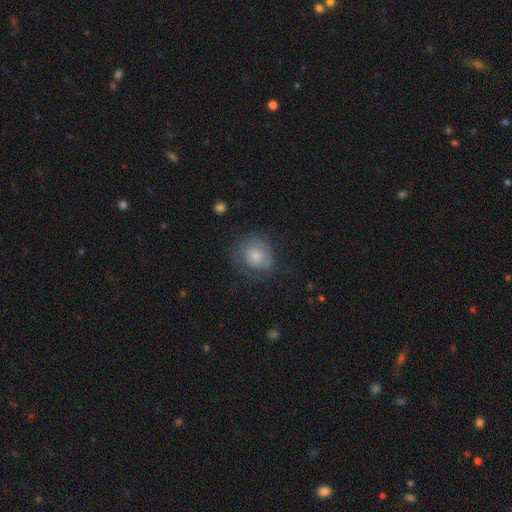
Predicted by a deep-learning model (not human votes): smooth 63%, featured or disk 26%, star or artifact 11%. Down the decision tree: how rounded — round (72%); merging — none (66%).